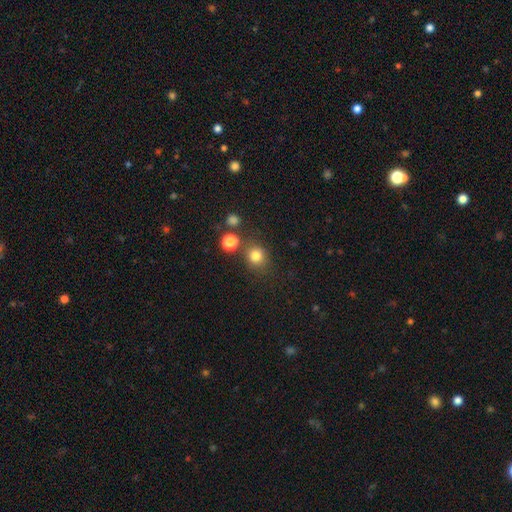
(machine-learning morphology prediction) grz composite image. It shows a smooth galaxy with no disk features (81%) that is round (85%). Merging: none (75%).